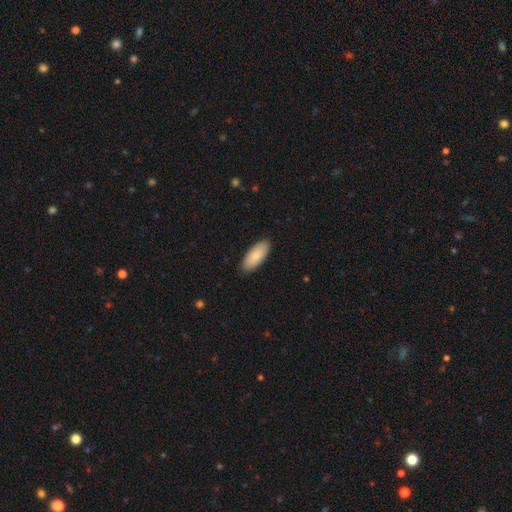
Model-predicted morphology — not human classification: This appears to be a smooth galaxy with no disk features (83%) that is in between round and cigar-shaped (86%). Merging: none (88%).